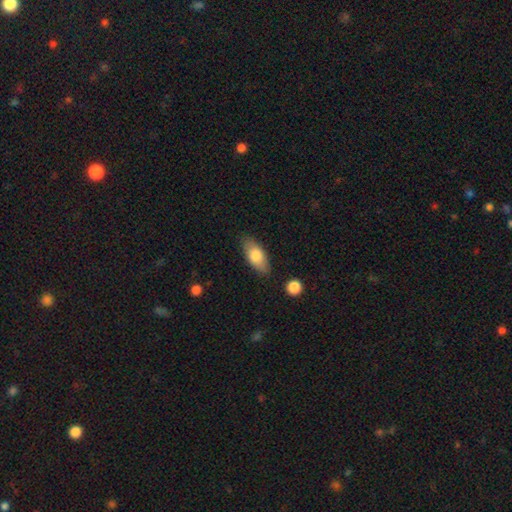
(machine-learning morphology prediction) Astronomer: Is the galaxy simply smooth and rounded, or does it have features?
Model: smooth — 76%.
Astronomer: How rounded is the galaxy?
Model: in between — 85%.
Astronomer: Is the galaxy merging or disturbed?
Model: none — 82%.